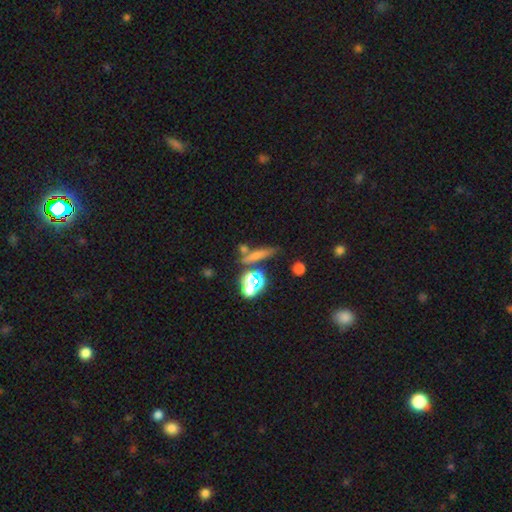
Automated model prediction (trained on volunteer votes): Smooth or featured: smooth — 55% (star or artifact — 25%)
How rounded: cigar-shaped — 65% (in between — 19%)
Merging: none — 63% (merger — 16%)